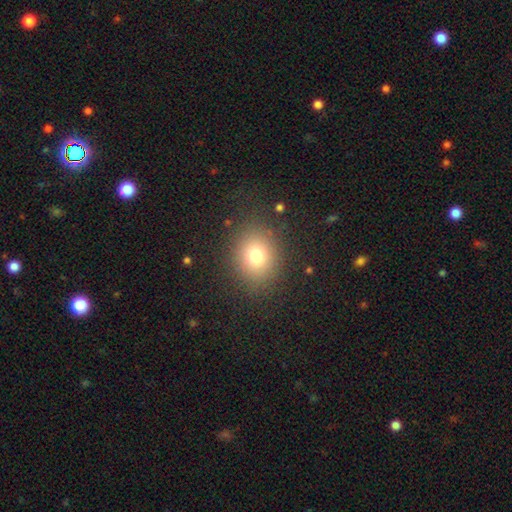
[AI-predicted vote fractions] Smooth or featured? Predicted: smooth (p=0.74). How rounded? Predicted: round (p=0.73). Merging? Predicted: none (p=0.85).